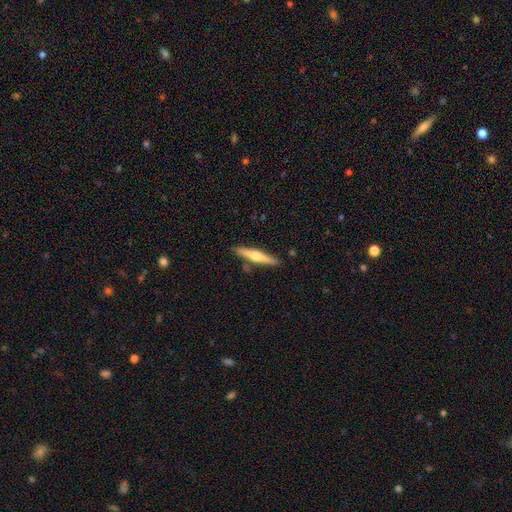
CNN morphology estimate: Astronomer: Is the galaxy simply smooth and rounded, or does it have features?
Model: featured or disk — 55% (runner-up: smooth, 39%).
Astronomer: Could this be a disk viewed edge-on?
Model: yes — 97%.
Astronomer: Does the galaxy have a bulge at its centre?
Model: rounded — 90%.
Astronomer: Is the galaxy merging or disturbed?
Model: none — 86%.